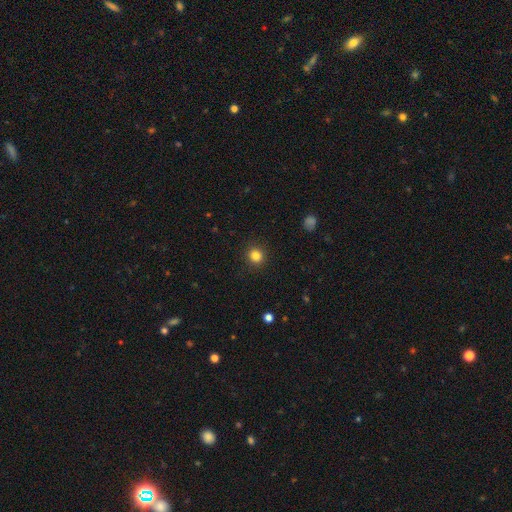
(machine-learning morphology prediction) smooth 84%, star or artifact 12%, featured or disk 4%. Down the decision tree: how rounded — round (89%); merging — none (91%).